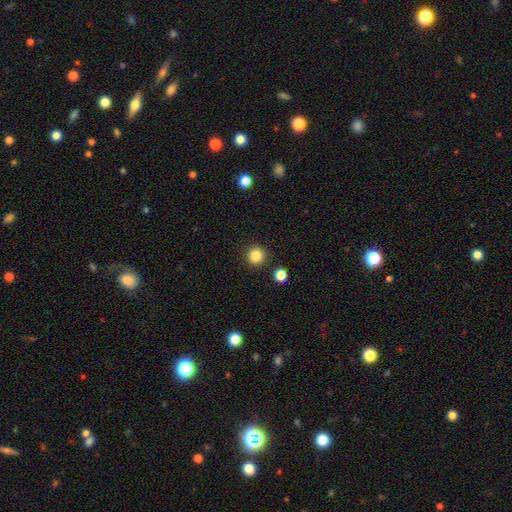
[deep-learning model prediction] Smooth or featured: smooth — 85% (star or artifact — 11%)
How rounded: round — 95% (in between — 4%)
Merging: none — 91% (minor disturbance — 5%)